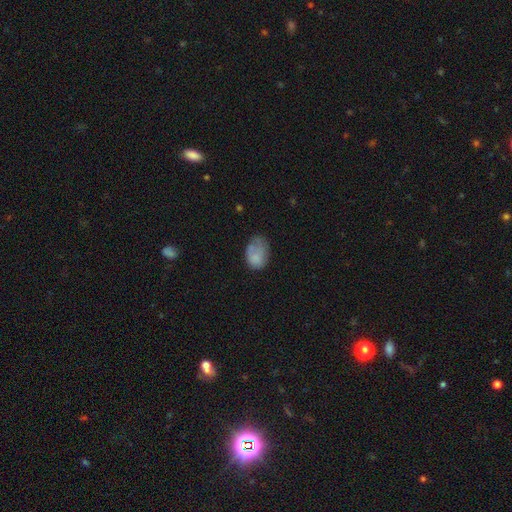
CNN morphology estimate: Smooth or featured?
  - smooth: 75% *
  - featured or disk: 16%
  - star or artifact: 9%
How rounded?
  - in between: 80% *
  - round: 19%
  - cigar-shaped: 1%
Merging?
  - none: 40% *
  - minor disturbance: 35%
  - major disturbance: 20%
  - merger: 4%